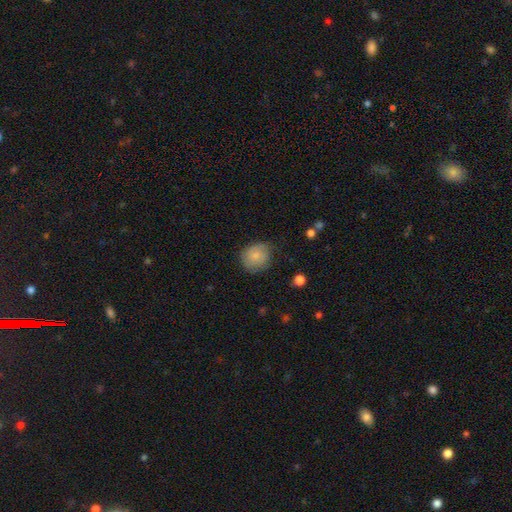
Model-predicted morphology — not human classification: Smooth or featured? Predicted: smooth (p=0.78). How rounded? Predicted: round (p=0.77). Merging? Predicted: none (p=0.66).